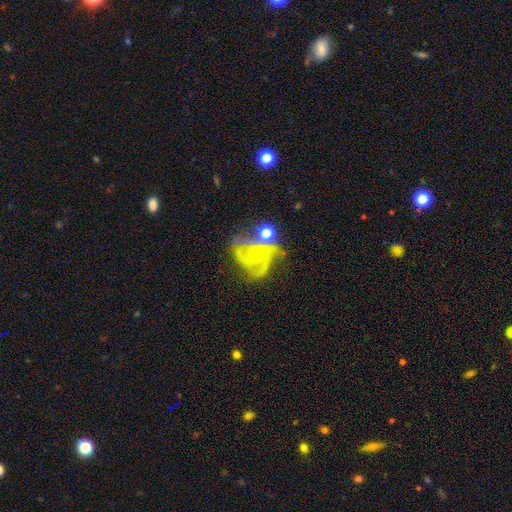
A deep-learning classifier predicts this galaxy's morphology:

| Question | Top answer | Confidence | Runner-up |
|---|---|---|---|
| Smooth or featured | featured or disk | 78% | star or artifact (11%) |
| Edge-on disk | no | 97% | yes (3%) |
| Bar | no | 66% | weak (25%) |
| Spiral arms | yes | 89% | no (11%) |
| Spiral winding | medium | 44% | tight (41%) |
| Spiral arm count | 3 | 33% | 2 (31%) |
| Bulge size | small | 66% | moderate (30%) |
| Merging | none | 47% | minor disturbance (23%) |